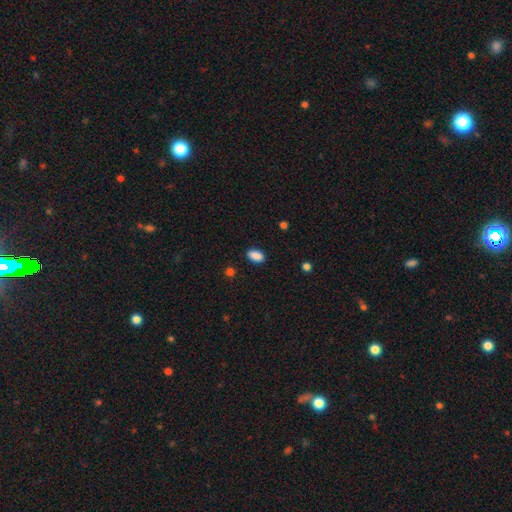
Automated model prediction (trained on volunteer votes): Q: Smooth or featured?
A: smooth (89%); runner-up: star or artifact (8%)
Q: How rounded?
A: in between (91%); runner-up: round (6%)
Q: Merging?
A: none (87%); runner-up: minor disturbance (10%)